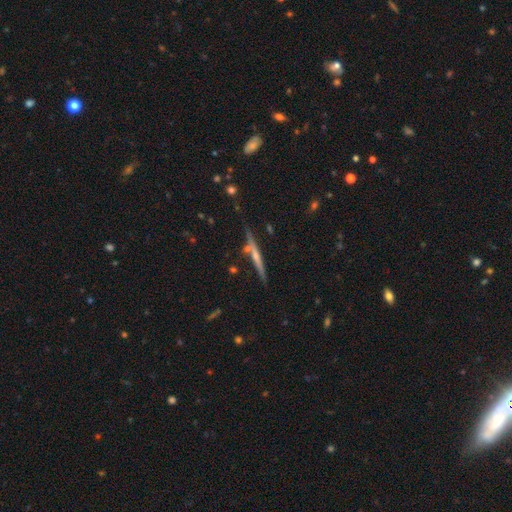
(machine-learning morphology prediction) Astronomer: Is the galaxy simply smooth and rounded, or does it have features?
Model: featured or disk — 67%.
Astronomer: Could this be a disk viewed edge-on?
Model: yes — 97%.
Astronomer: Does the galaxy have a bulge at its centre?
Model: rounded — 52% (runner-up: none, 40%).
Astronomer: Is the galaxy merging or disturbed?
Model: none — 77%.